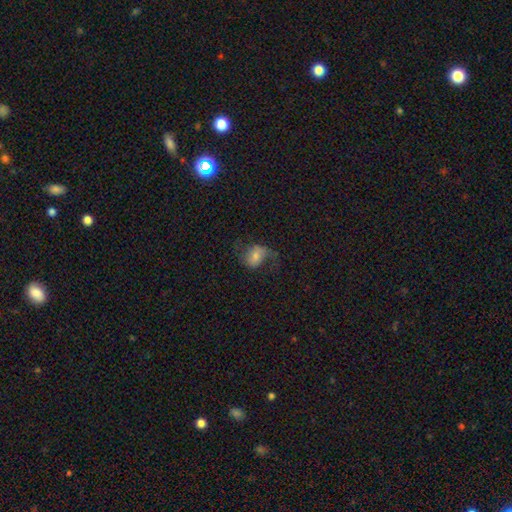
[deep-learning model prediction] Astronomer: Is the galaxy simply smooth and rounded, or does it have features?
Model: featured or disk — 52% (runner-up: smooth, 35%).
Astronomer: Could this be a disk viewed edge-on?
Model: no — 97%.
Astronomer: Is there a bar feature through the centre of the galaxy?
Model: no — 50% (runner-up: weak, 35%).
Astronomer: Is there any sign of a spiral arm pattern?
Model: yes — 86%.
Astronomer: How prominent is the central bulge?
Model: small — 47% (runner-up: moderate, 38%).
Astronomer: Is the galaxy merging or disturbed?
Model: none — 54%.